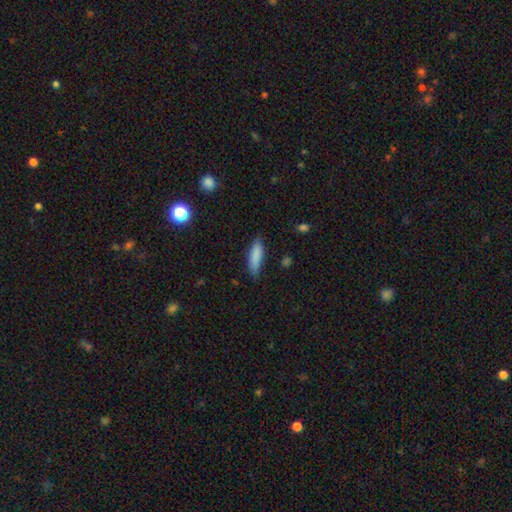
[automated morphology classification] A smooth galaxy with no disk features (86%) that is cigar-shaped (52%).

Vote fractions:
- Smooth or featured? smooth: 86% / featured or disk: 7% / star or artifact: 6%
- How rounded? cigar-shaped: 52% / in between: 46% / round: 2%
- Merging? none: 78% / minor disturbance: 17% / major disturbance: 3% / merger: 1%